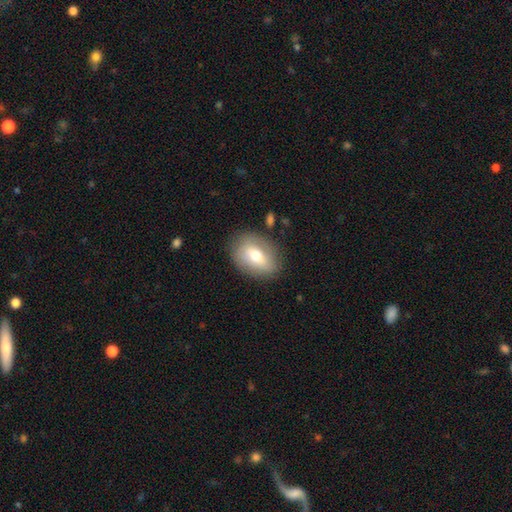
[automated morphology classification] The model was most divided on "smooth or featured": smooth: 63%, featured or disk: 29%, star or artifact: 8%. More confident: merging — none (80%); how rounded — in between (73%).